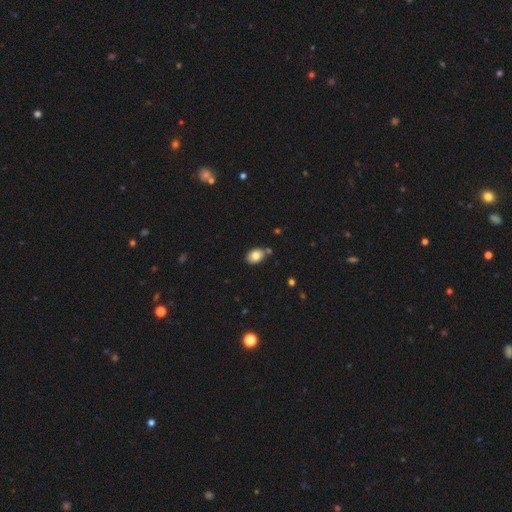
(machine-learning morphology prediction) The model was most divided on "how rounded": in between: 74%, round: 25%, cigar-shaped: 1%. More confident: smooth or featured — smooth (80%); merging — none (75%).